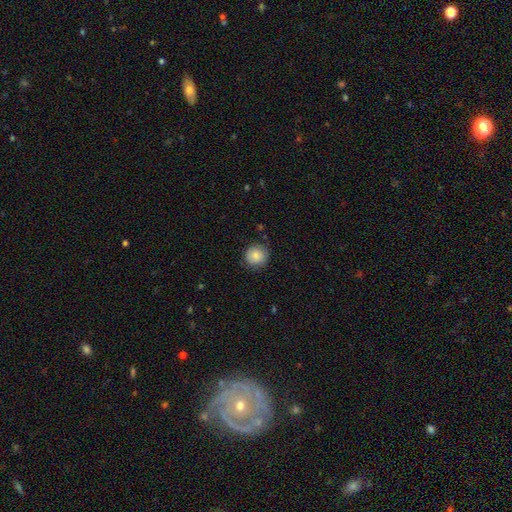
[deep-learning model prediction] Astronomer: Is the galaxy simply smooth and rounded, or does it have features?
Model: smooth — 83%.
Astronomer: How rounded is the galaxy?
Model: round — 91%.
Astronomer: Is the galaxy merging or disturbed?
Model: none — 83%.